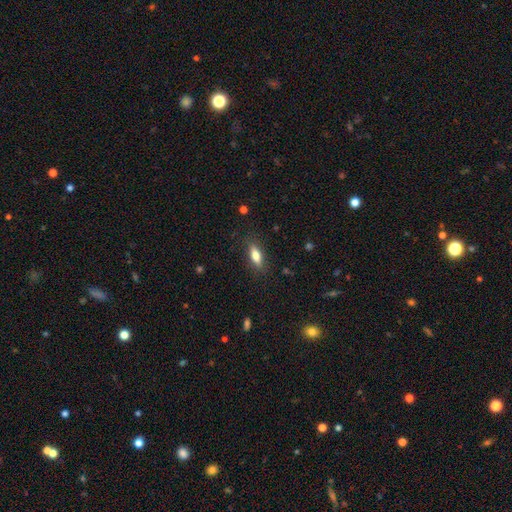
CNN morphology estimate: The model was most divided on "how rounded": in between: 65%, cigar-shaped: 32%, round: 3%. More confident: merging — none (85%); smooth or featured — smooth (75%).